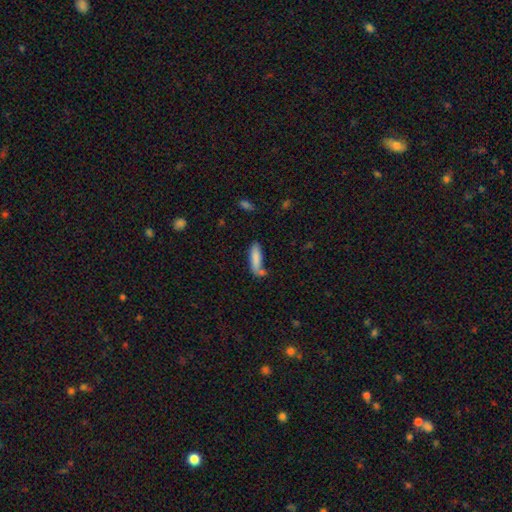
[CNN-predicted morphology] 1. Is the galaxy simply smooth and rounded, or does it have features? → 82% smooth, 11% featured or disk, 7% star or artifact.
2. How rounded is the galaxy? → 65% cigar-shaped, 34% in between, 2% round.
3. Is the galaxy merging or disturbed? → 60% none, 20% minor disturbance, 14% merger, 6% major disturbance.